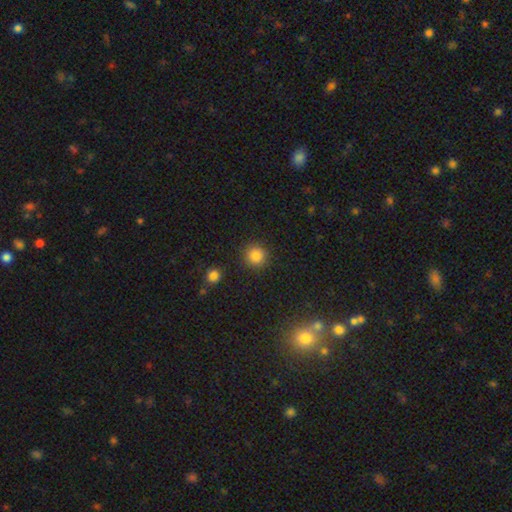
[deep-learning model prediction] Smooth or featured: smooth — 85% (star or artifact — 11%)
How rounded: round — 93% (in between — 6%)
Merging: none — 90% (minor disturbance — 6%)